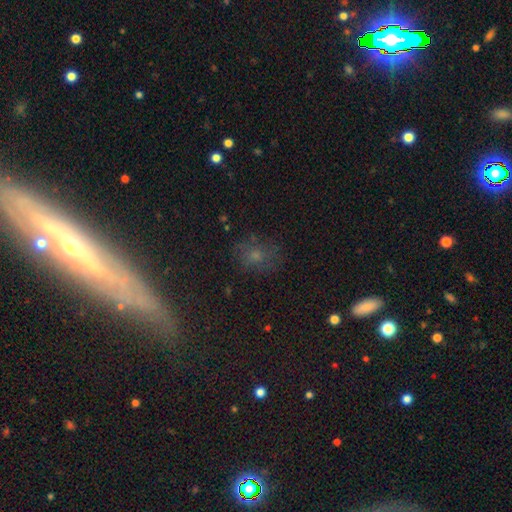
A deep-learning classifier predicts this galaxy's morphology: smooth_or_featured: smooth (p=0.52) [alt: star or artifact p=0.29]
how_rounded: round (p=0.57) [alt: in between p=0.41]
merging: none (p=0.71) [alt: minor disturbance p=0.17]